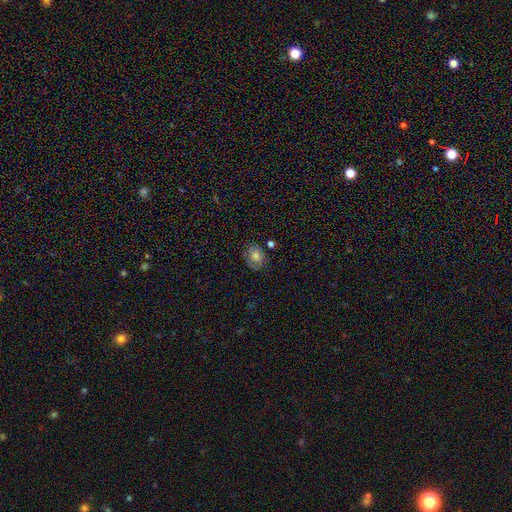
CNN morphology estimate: Overall: smooth (63%; featured or disk 24%). How rounded: round (55%; in between 44%). Merging: none (73%).